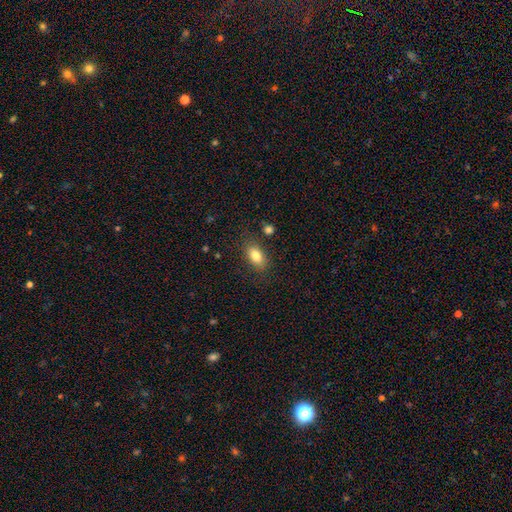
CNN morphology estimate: smooth 82%, featured or disk 10%, star or artifact 8%. Down the decision tree: how rounded — in between (88%); merging — none (82%).